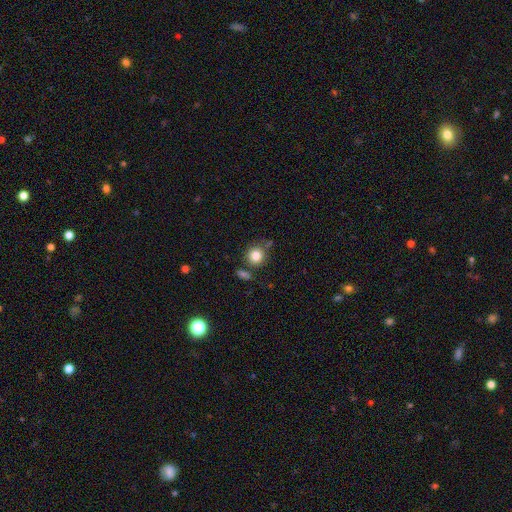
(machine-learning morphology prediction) The model was most divided on "merging": none: 72%, minor disturbance: 13%, merger: 12%, major disturbance: 4%. More confident: how rounded — round (89%); smooth or featured — smooth (84%).